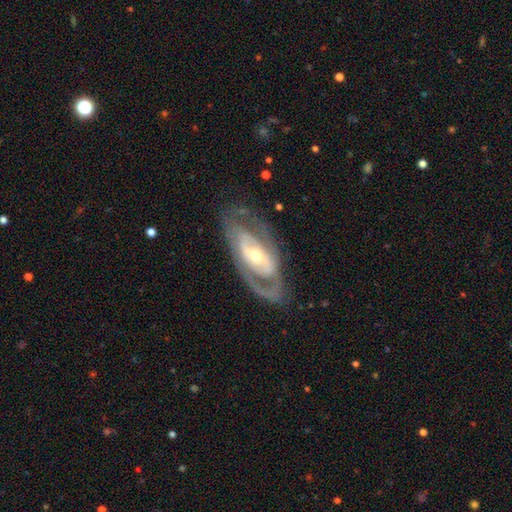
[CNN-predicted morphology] Smooth or featured: featured or disk — 82% (smooth — 13%)
Edge-on disk: no — 91% (yes — 9%)
Bar: no — 47% (weak — 30%)
Spiral arms: yes — 74% (no — 26%)
Spiral winding: tight — 46% (medium — 38%)
Spiral arm count: 2 — 59% (can't tell — 22%)
Bulge size: moderate — 52% (small — 42%)
Merging: none — 67% (minor disturbance — 17%)